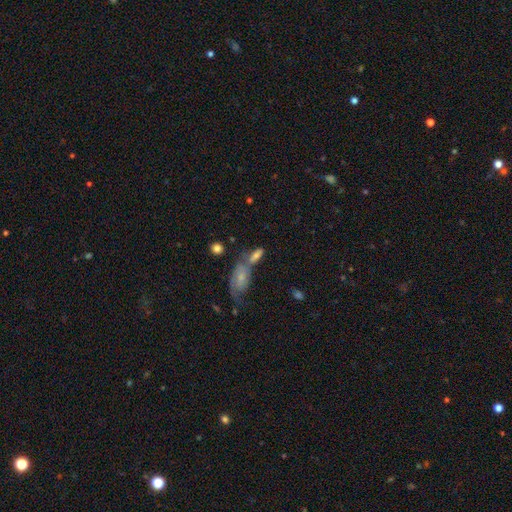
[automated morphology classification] Smooth or featured? smooth (65%)
How rounded? in between (73%)
Merging? merger (41%)